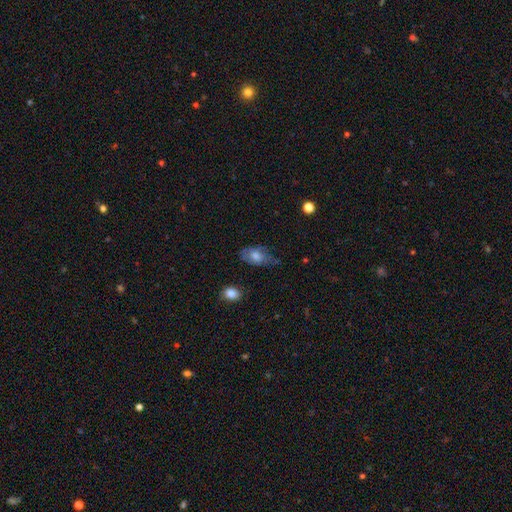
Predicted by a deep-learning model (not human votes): Smooth or featured? Predicted: smooth (p=0.56). How rounded? Predicted: in between (p=0.87). Merging? Predicted: none (p=0.56).